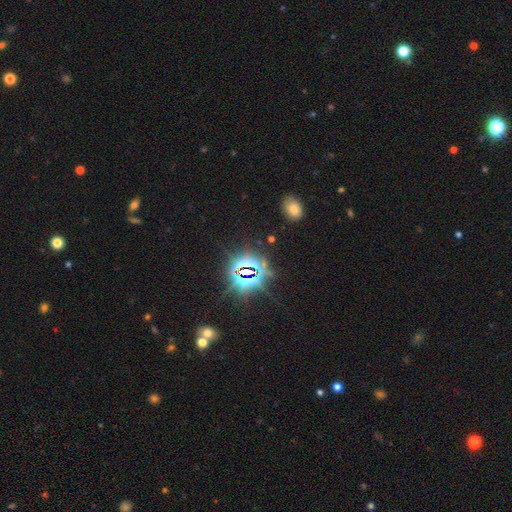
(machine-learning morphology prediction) Smooth or featured? Predicted: star or artifact (p=0.81).